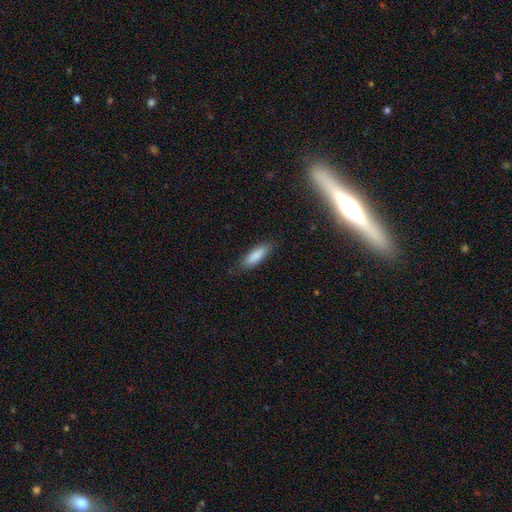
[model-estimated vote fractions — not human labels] smooth 86%, featured or disk 8%, star or artifact 6%. Down the decision tree: how rounded — in between (50%); merging — none (84%).